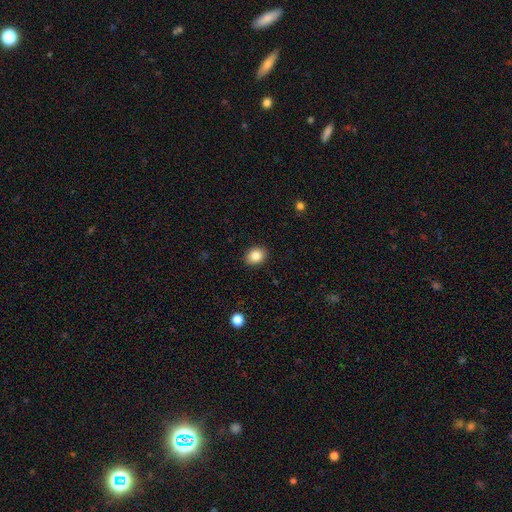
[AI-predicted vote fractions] Overall: smooth (85%). How rounded: in between (57%; round 42%). Merging: none (90%).